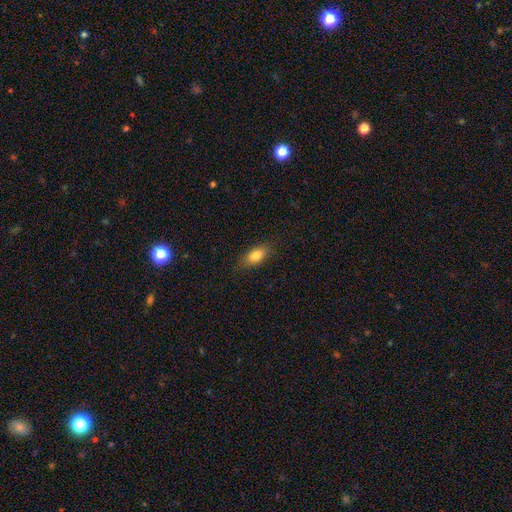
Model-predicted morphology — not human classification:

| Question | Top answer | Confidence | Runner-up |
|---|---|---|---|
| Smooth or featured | smooth | 79% | featured or disk (13%) |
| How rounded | in between | 82% | cigar-shaped (13%) |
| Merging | none | 84% | minor disturbance (12%) |